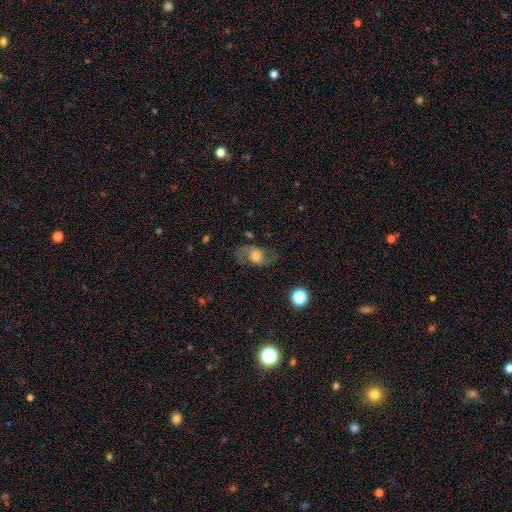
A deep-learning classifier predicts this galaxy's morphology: A featured or disk galaxy (54%) with no bar (71%), spiral arms (73%) and a moderate central bulge (51%). Merging: none (67%).